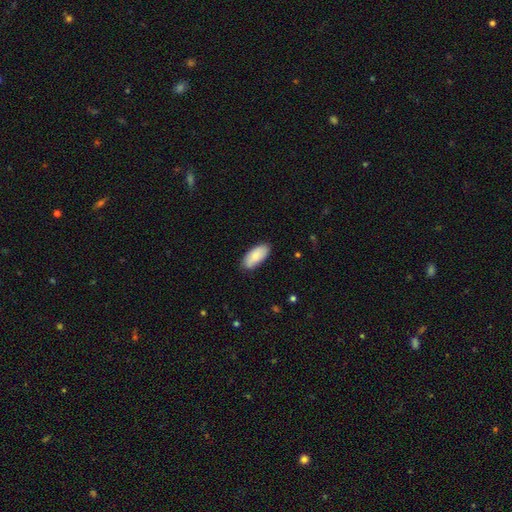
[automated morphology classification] This is likely a smooth galaxy (80%). How rounded: clearly in between (92%). Merging: likely none (80%).